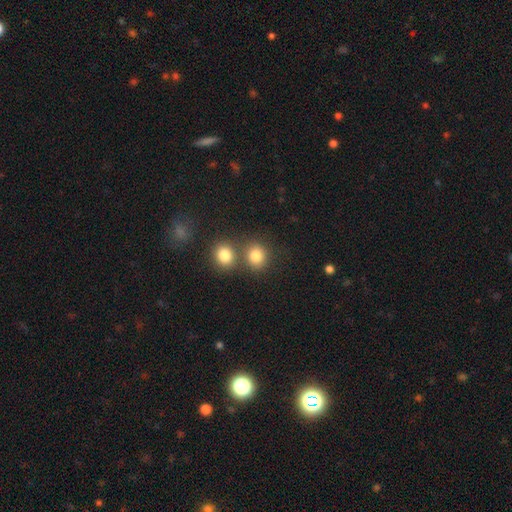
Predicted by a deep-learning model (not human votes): Overall: smooth (81%). How rounded: round (81%). Merging: none (62%; merger 27%).